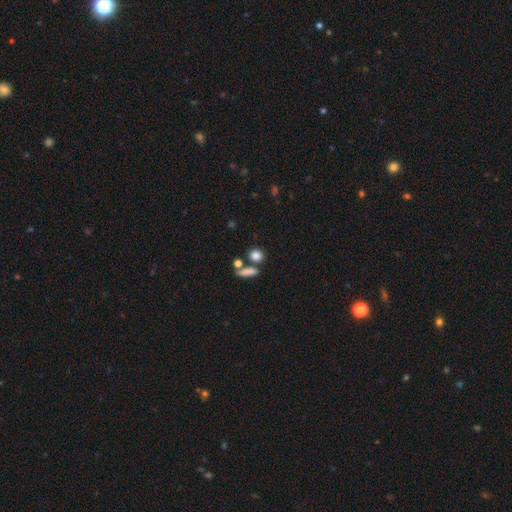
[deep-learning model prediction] This is clearly a smooth galaxy (82%). How rounded: likely round (64%). Merging: likely none (64%).